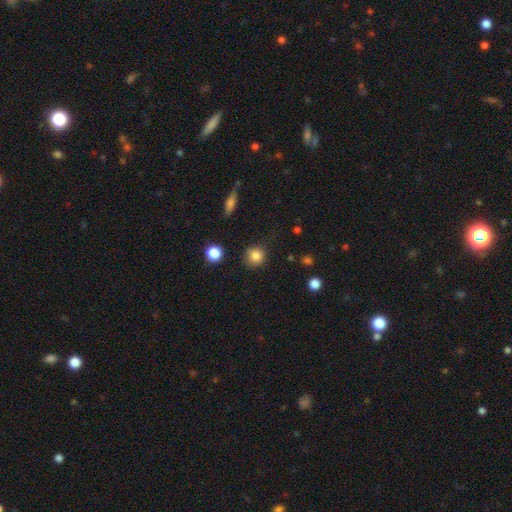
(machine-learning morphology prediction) Smooth or featured? Predicted: smooth (p=0.83). How rounded? Predicted: round (p=0.91). Merging? Predicted: none (p=0.83).